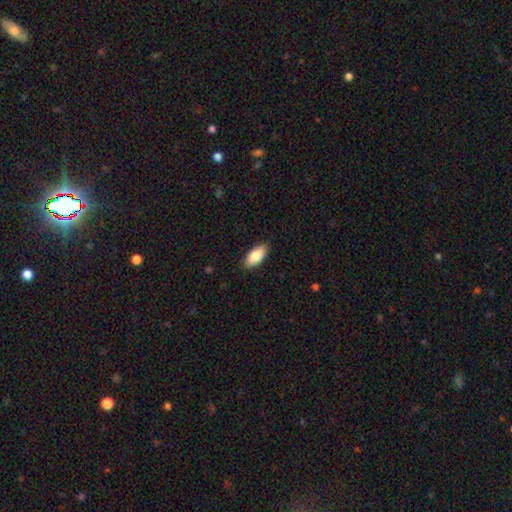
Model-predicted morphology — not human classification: A smooth galaxy with no disk features (85%) that is in between round and cigar-shaped (90%). Merging: none (88%).